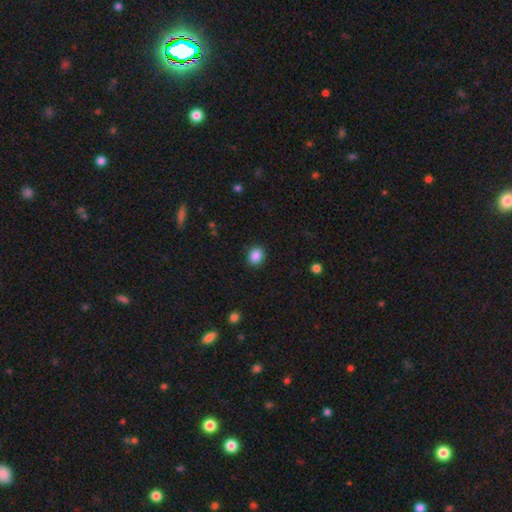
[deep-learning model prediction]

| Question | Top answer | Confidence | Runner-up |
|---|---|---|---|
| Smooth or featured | smooth | 88% | star or artifact (9%) |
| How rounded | round | 52% | in between (47%) |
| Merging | none | 88% | minor disturbance (8%) |